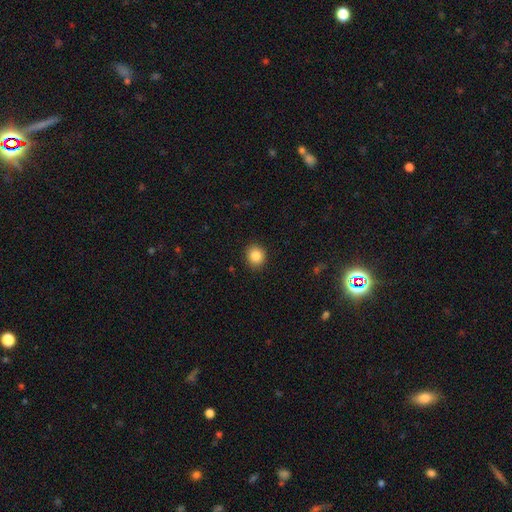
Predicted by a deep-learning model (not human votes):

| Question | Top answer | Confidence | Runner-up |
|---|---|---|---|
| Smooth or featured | smooth | 87% | star or artifact (9%) |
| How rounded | round | 83% | in between (17%) |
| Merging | none | 90% | minor disturbance (7%) |